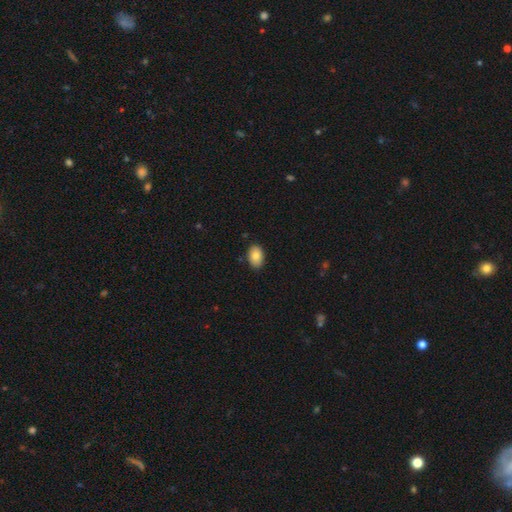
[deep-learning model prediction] A smooth galaxy with no disk features (82%) that is in between round and cigar-shaped (88%).

Vote fractions:
- Smooth or featured? smooth: 82% / featured or disk: 10% / star or artifact: 8%
- How rounded? in between: 88% / round: 11% / cigar-shaped: 1%
- Merging? none: 86% / minor disturbance: 11% / major disturbance: 2% / merger: 1%